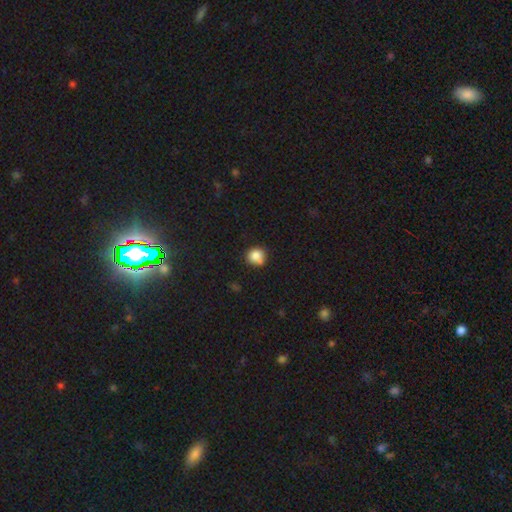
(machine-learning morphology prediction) A smooth galaxy with no disk features (83%) that is round (85%).

Vote fractions:
- Smooth or featured? smooth: 83% / star or artifact: 10% / featured or disk: 7%
- How rounded? round: 85% / in between: 14% / cigar-shaped: 1%
- Merging? none: 65% / minor disturbance: 19% / merger: 12% / major disturbance: 4%